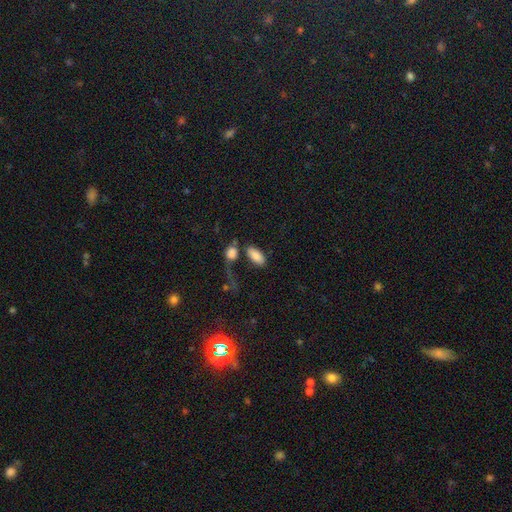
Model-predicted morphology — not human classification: Overall: smooth (85%). How rounded: in between (91%). Merging: none (57%; merger 20%).